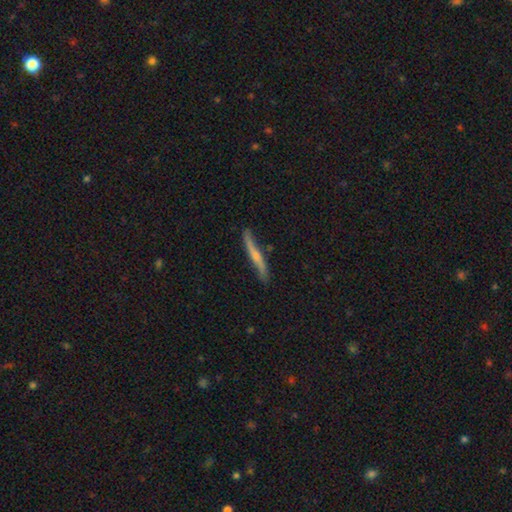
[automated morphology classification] smooth_or_featured: featured or disk (p=0.63) [alt: smooth p=0.32]
disk_edge_on: yes (p=0.79) [alt: no p=0.21]
merging: none (p=0.74) [alt: minor disturbance p=0.20]